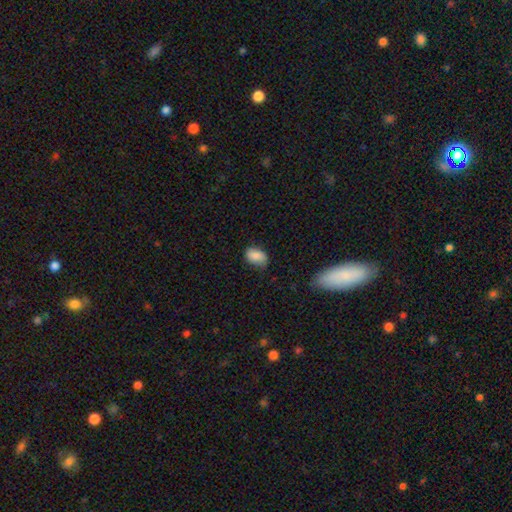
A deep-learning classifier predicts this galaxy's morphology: smooth-or-featured: smooth: 84% | featured or disk: 8% | star or artifact: 8%
  how-rounded: in between: 85% | round: 14% | cigar-shaped: 1%
  merging: none: 71% | minor disturbance: 24% | major disturbance: 4% | merger: 1%